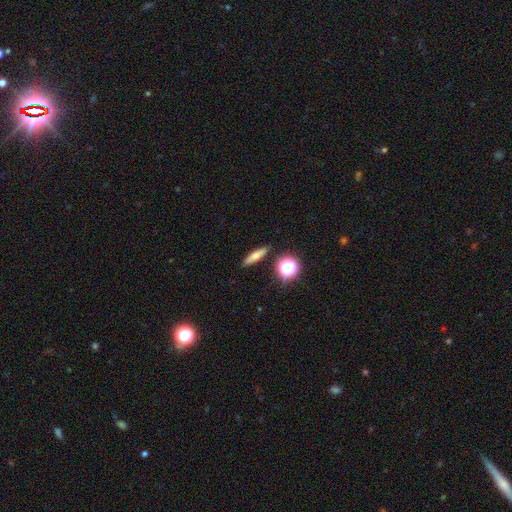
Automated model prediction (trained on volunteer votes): Morphology: type=smooth (62%); roundness=cigar-shaped (68%); merging=none (88%).